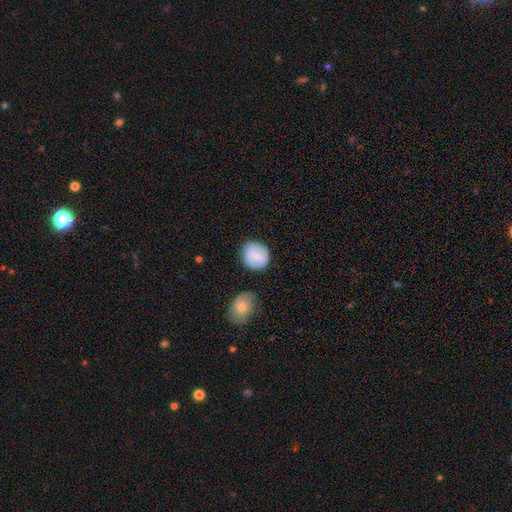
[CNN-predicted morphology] Smooth or featured: smooth — 71% (featured or disk — 23%)
How rounded: round — 82% (in between — 17%)
Merging: none — 79% (minor disturbance — 13%)